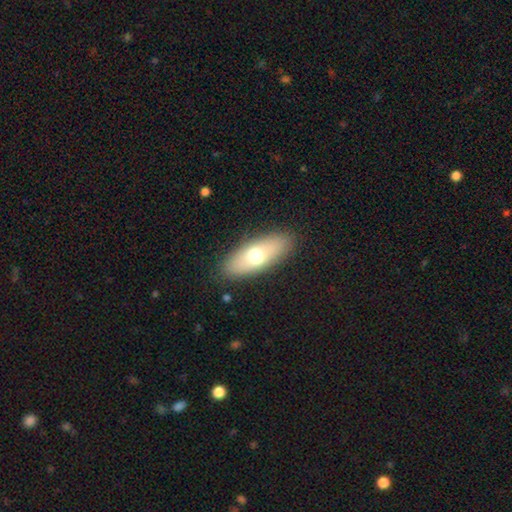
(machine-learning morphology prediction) Smooth or featured?
  - smooth: 65% *
  - featured or disk: 29%
  - star or artifact: 6%
How rounded?
  - in between: 73% *
  - cigar-shaped: 24%
  - round: 3%
Merging?
  - none: 88% *
  - minor disturbance: 9%
  - major disturbance: 2%
  - merger: 1%